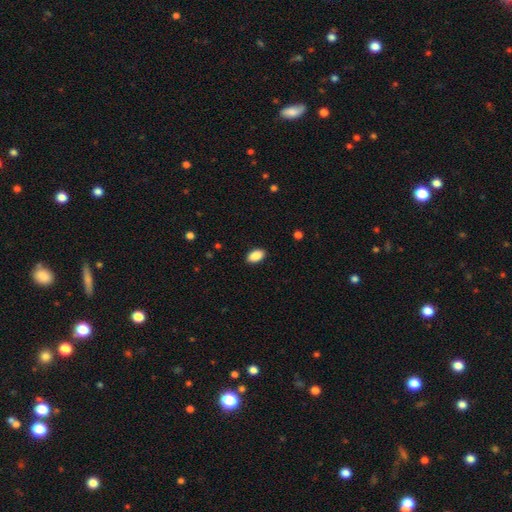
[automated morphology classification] This is clearly a smooth galaxy (90%). How rounded: clearly in between (93%). Merging: clearly none (90%).